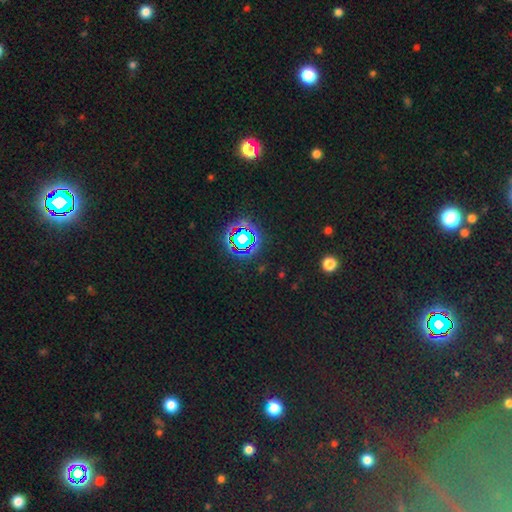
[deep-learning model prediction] star or artifact 80%, smooth 13%, featured or disk 7%.